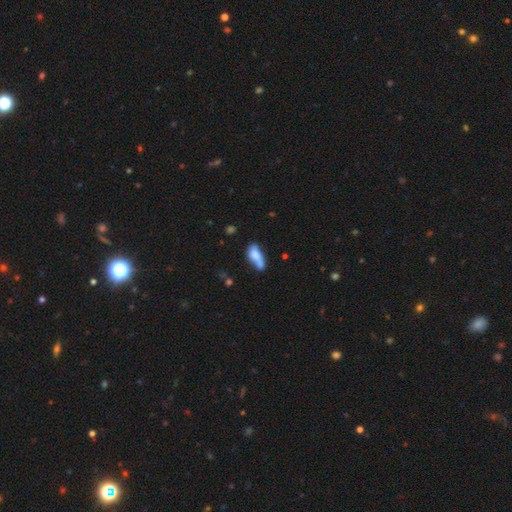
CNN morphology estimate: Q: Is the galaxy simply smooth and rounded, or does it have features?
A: smooth — 67%.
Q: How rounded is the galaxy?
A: in between — 78%.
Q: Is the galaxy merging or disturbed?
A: merger — 35%.